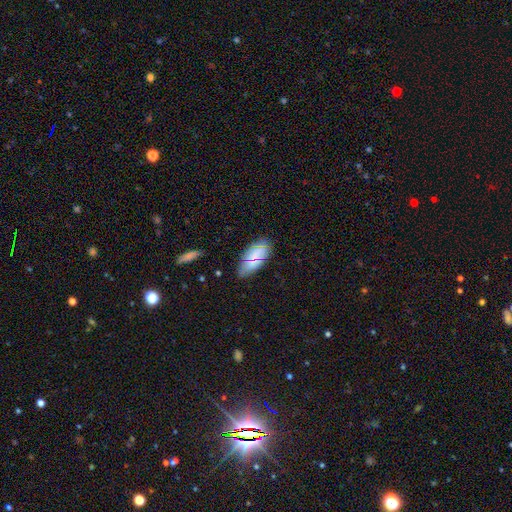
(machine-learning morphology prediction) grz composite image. It shows a smooth galaxy with no disk features (72%) that is in between round and cigar-shaped (88%). Merging: none (79%).